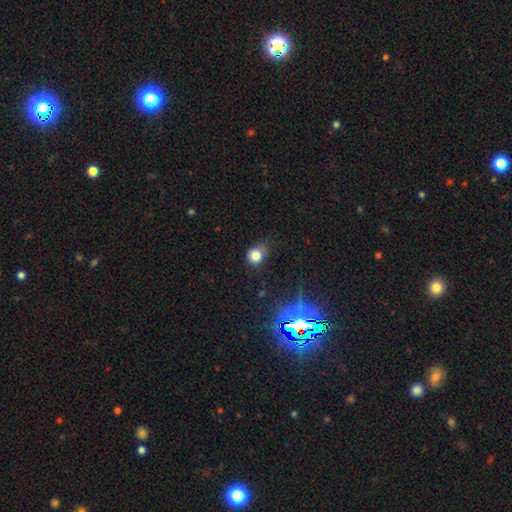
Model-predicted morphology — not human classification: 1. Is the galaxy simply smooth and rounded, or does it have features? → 77% smooth, 15% star or artifact, 7% featured or disk.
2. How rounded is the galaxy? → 66% round, 33% in between, 1% cigar-shaped.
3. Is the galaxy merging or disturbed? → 58% none, 31% minor disturbance, 8% major disturbance, 3% merger.